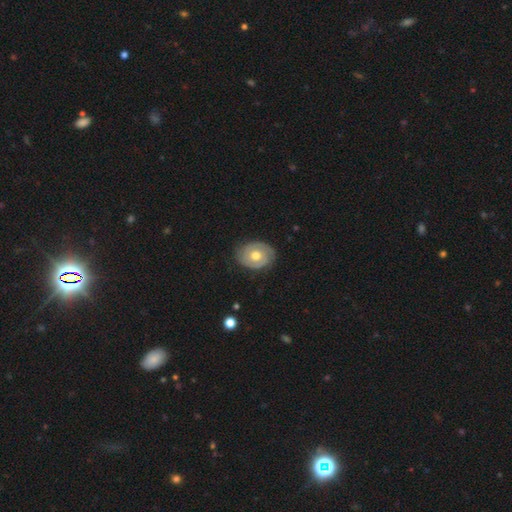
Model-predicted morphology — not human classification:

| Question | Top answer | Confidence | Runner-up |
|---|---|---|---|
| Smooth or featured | featured or disk | 68% | smooth (26%) |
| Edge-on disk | no | 97% | yes (3%) |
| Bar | no | 80% | weak (17%) |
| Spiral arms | yes | 77% | no (23%) |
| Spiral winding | tight | 67% | medium (25%) |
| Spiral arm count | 2 | 67% | can't tell (19%) |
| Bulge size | moderate | 81% | small (9%) |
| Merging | none | 80% | minor disturbance (15%) |